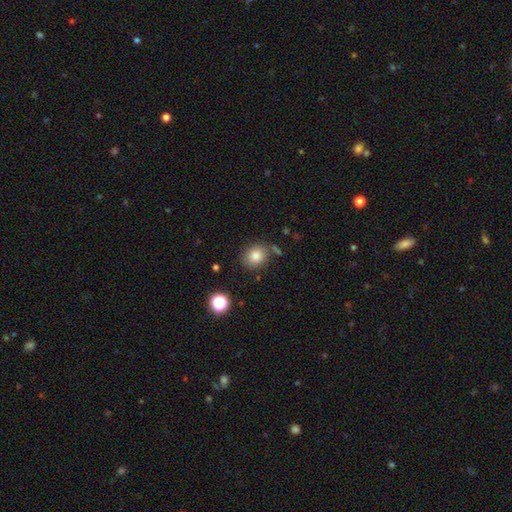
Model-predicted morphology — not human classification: Smooth or featured? smooth (83%)
How rounded? round (69%)
Merging? none (79%)